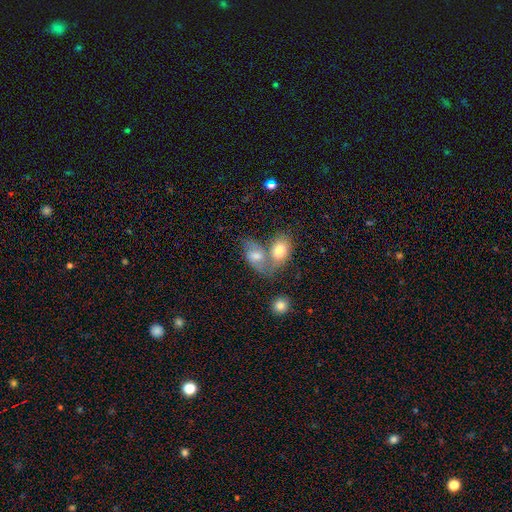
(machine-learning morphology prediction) The model was most divided on "smooth or featured": smooth: 58%, featured or disk: 33%, star or artifact: 10%. More confident: how rounded — in between (85%); merging — merger (59%).